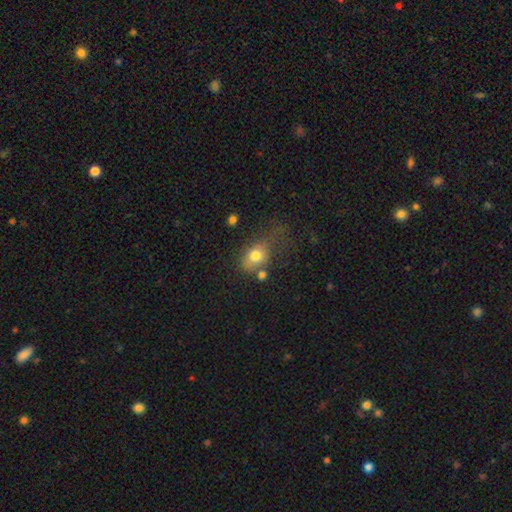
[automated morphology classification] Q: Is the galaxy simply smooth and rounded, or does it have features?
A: smooth — 75%.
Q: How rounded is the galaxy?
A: in between — 67%.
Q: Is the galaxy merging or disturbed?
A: major disturbance — 31%.